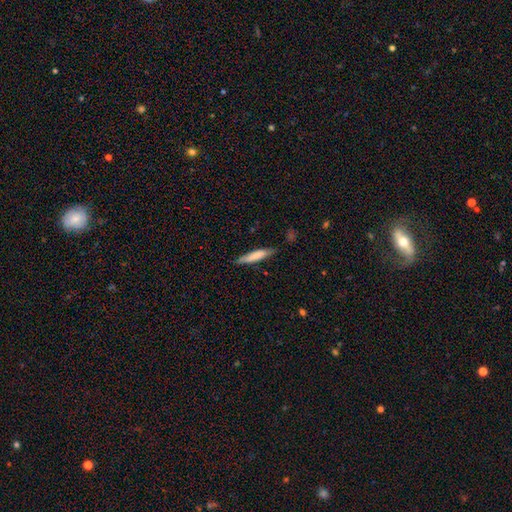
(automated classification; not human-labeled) Smooth or featured? smooth (73%)
How rounded? cigar-shaped (88%)
Merging? none (81%)